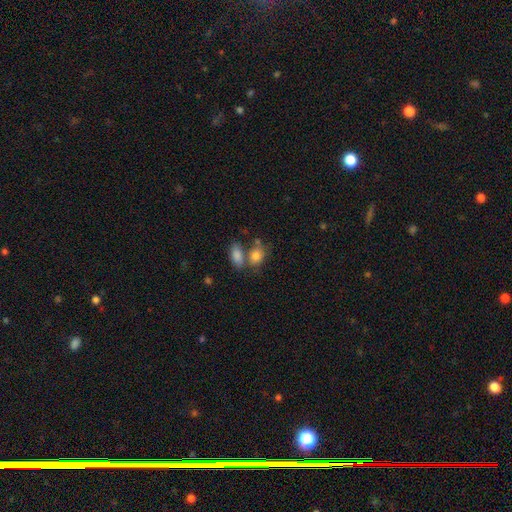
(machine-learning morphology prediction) Overall: smooth (81%). How rounded: in between (75%). Merging: merger (41%; none 40%).